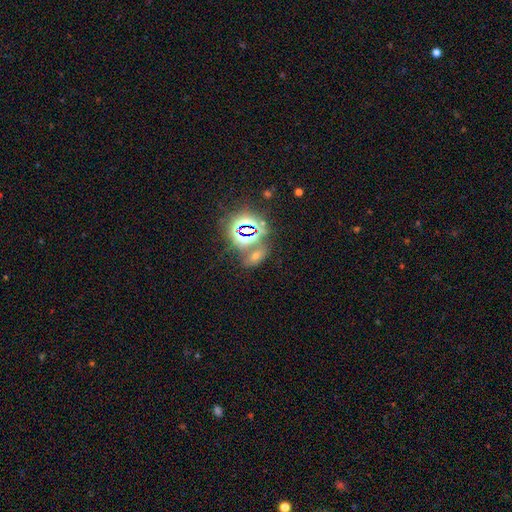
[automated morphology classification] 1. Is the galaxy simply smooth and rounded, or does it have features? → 57% star or artifact, 32% smooth, 12% featured or disk.